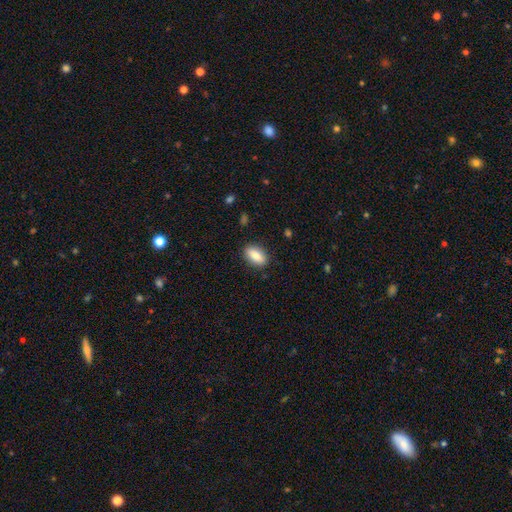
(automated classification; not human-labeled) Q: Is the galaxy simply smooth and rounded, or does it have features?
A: smooth — 84%.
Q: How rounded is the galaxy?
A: in between — 87%.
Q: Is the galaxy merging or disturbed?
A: none — 87%.